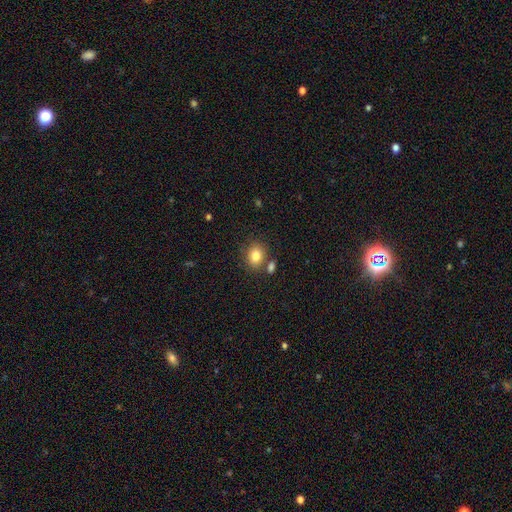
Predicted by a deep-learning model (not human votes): This appears to be a smooth galaxy with no disk features (82%) that is round (55%). Merging: none (70%).